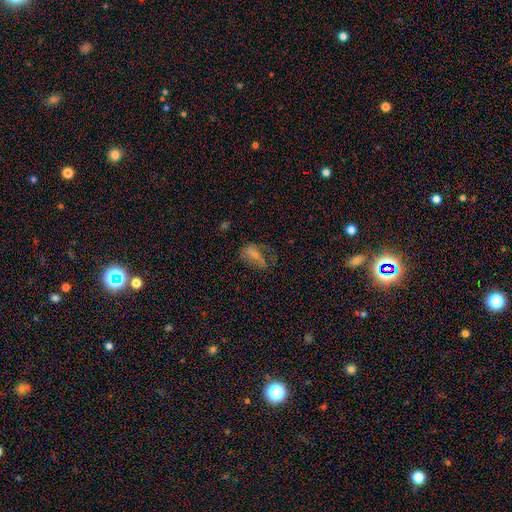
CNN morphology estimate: Smooth or featured: smooth — 47% (featured or disk — 31%)
Merging: none — 44% (major disturbance — 28%)